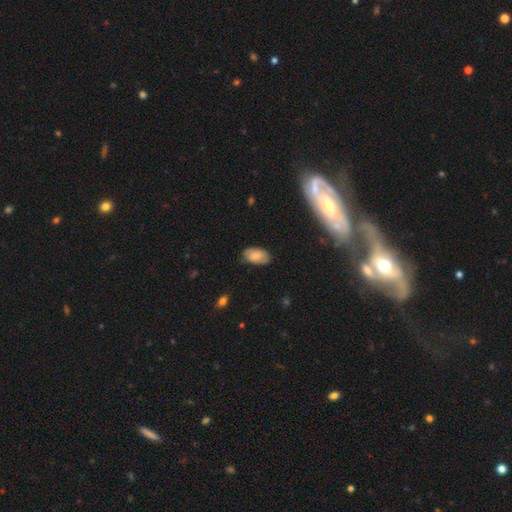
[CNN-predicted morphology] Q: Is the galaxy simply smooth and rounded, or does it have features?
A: smooth — 76%.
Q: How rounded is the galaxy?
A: in between — 94%.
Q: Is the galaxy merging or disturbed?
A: none — 72%.